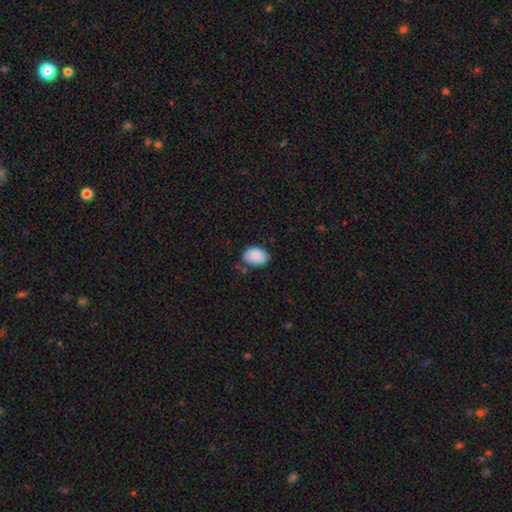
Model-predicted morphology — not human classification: smooth_or_featured: smooth (p=0.85) [alt: featured or disk p=0.09]
how_rounded: in between (p=0.85) [alt: round p=0.14]
merging: none (p=0.72) [alt: minor disturbance p=0.21]